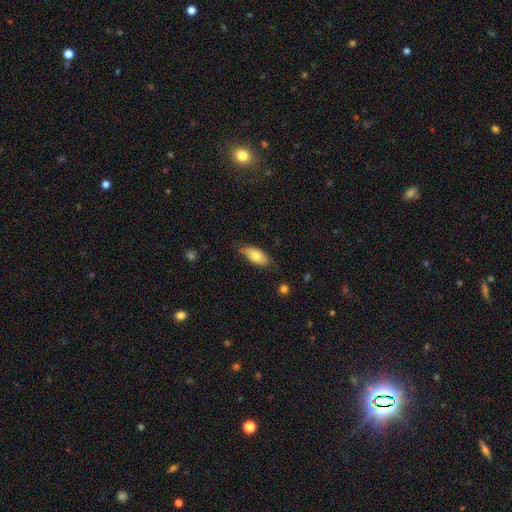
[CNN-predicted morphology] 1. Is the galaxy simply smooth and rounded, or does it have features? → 74% smooth, 20% featured or disk, 6% star or artifact.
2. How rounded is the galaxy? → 87% in between, 11% cigar-shaped, 3% round.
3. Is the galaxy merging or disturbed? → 73% none, 22% minor disturbance, 4% major disturbance, 1% merger.